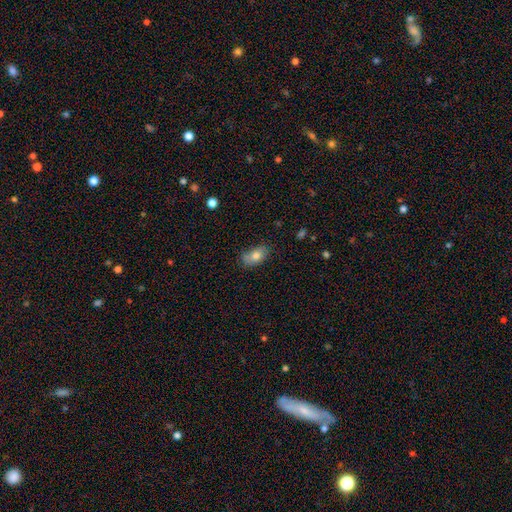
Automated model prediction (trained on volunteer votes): The model was most divided on "merging": none: 68%, minor disturbance: 24%, major disturbance: 5%, merger: 3%. More confident: how rounded — in between (90%); smooth or featured — smooth (80%).